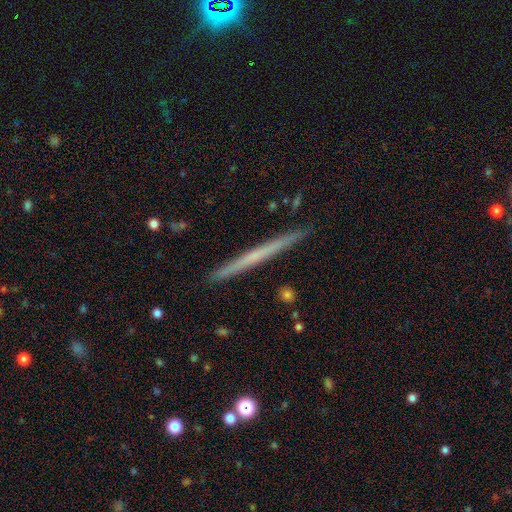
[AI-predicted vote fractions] The model was most divided on "smooth or featured": featured or disk: 51%, smooth: 44%, star or artifact: 5%. More confident: edge-on disk — yes (98%); merging — none (92%).